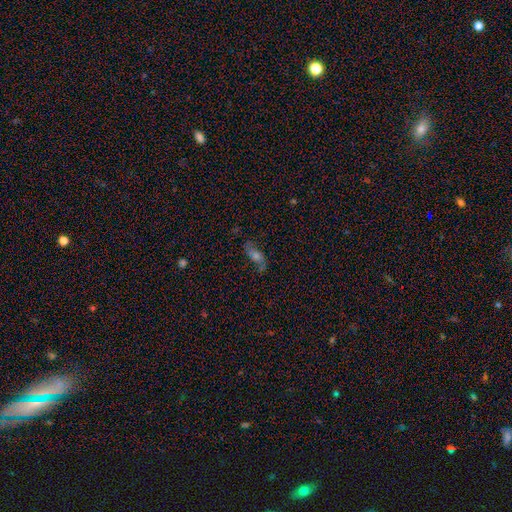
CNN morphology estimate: smooth_or_featured: featured or disk (p=0.51) [alt: smooth p=0.32]
disk_edge_on: no (p=0.78) [alt: yes p=0.22]
merging: none (p=0.69) [alt: minor disturbance p=0.18]